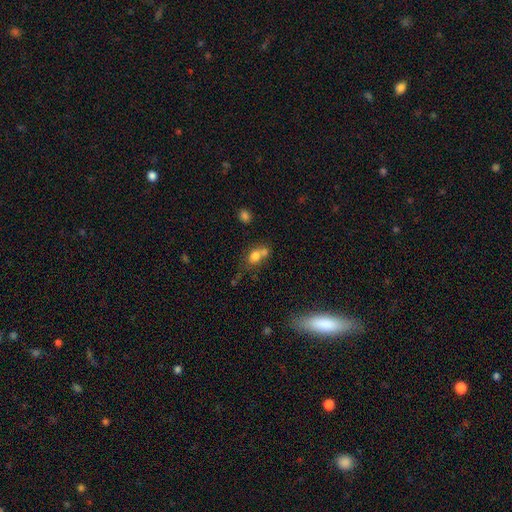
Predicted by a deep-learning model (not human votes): Q: Smooth or featured?
A: smooth (75%); runner-up: featured or disk (13%)
Q: How rounded?
A: in between (50%); runner-up: round (49%)
Q: Merging?
A: merger (53%); runner-up: none (31%)